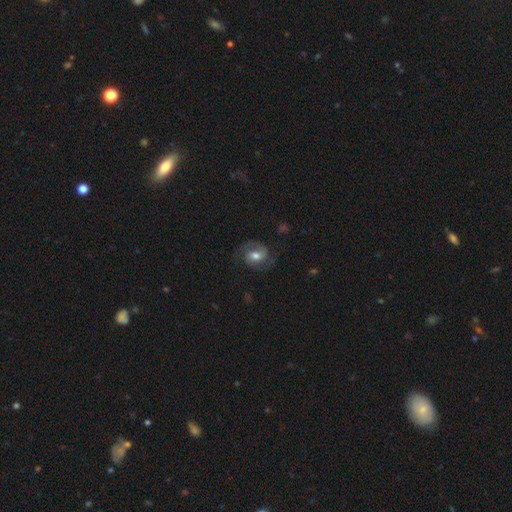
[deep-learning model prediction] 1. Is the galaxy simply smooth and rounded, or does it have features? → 68% featured or disk, 24% smooth, 8% star or artifact.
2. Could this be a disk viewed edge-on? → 97% no, 3% yes.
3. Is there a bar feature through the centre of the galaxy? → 44% no, 41% weak, 15% strong.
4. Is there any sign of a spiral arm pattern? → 92% yes, 8% no.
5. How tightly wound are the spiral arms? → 51% medium, 26% tight, 23% loose.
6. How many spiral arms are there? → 86% 2, 6% can't tell, 5% 1, 2% 3, 1% 4, 1% more than 4.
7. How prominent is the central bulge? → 69% moderate, 15% small, 13% large, 1% none, 1% dominant.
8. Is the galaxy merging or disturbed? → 71% none, 17% minor disturbance, 10% major disturbance, 1% merger.